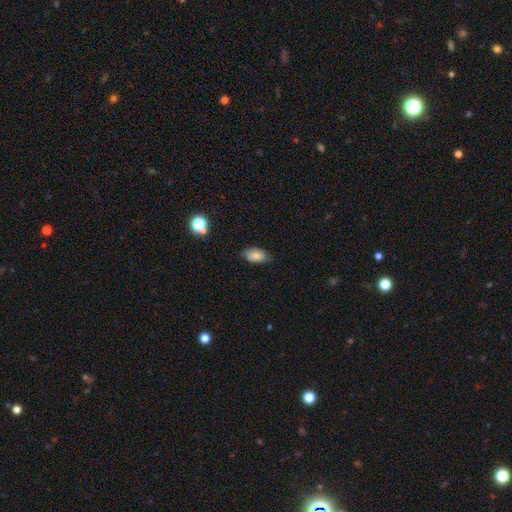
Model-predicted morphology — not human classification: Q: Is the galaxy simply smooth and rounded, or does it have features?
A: smooth — 81%.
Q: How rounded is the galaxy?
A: in between — 92%.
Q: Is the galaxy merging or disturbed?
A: none — 75%.